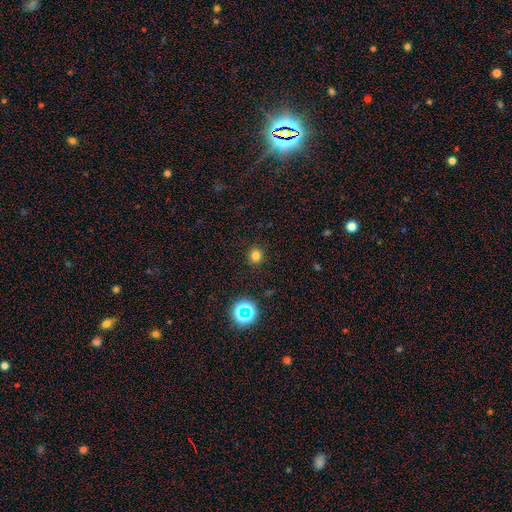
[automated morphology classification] A smooth galaxy with no disk features (77%) that is round (89%). Merging: none (90%).